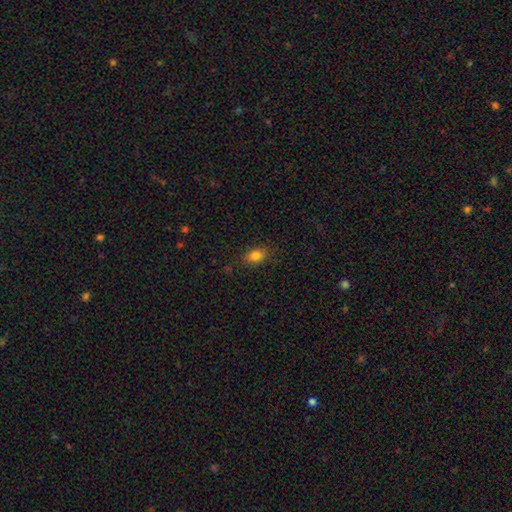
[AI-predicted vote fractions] Morphology: type=smooth (82%); roundness=in between (78%); merging=none (84%).